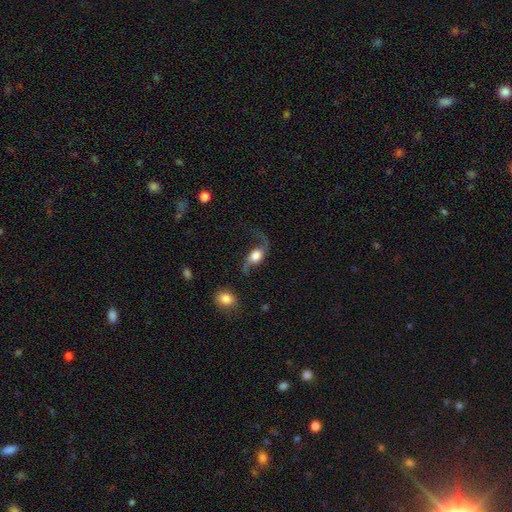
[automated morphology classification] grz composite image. It shows a featured or disk galaxy (73%) with no bar (65%), 2 (88%) loose (89%) spiral arms (94%) and a large central bulge (50%). Merging: none (56%).